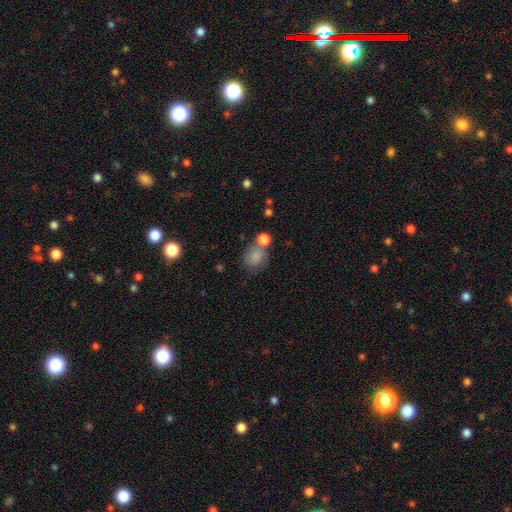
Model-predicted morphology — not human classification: A smooth galaxy with no disk features (80%) that is round (62%). Merging: none (52%).